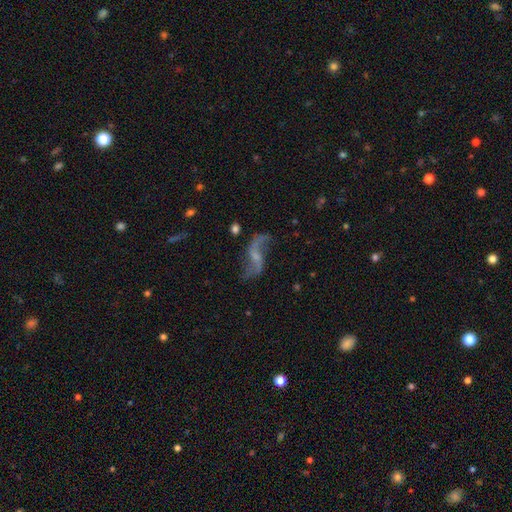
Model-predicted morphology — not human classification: A featured or disk galaxy (85%) with a weak bar (45%), 2 (92%) loose (91%) spiral arms (93%) and a small central bulge (45%). Merging: none (68%).